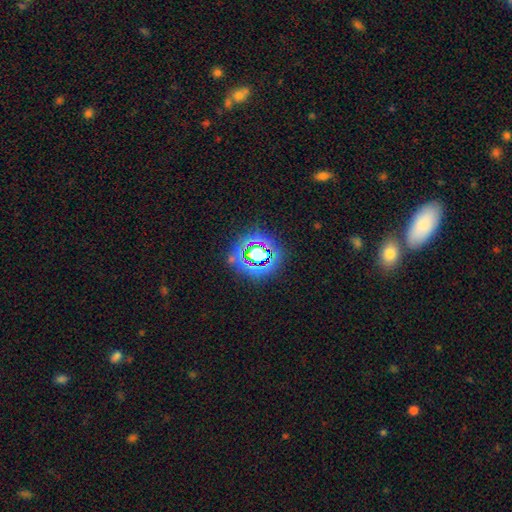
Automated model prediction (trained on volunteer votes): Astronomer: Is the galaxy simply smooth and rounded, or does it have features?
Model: star or artifact — 57%.